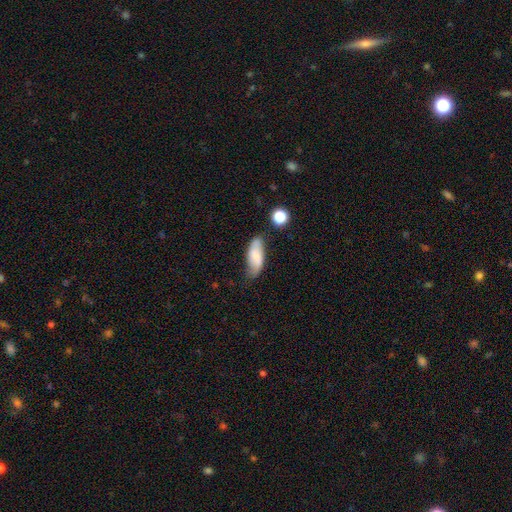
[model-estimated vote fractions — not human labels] Smooth or featured: smooth — 62% (featured or disk — 30%)
How rounded: in between — 79% (cigar-shaped — 18%)
Merging: none — 58% (minor disturbance — 30%)